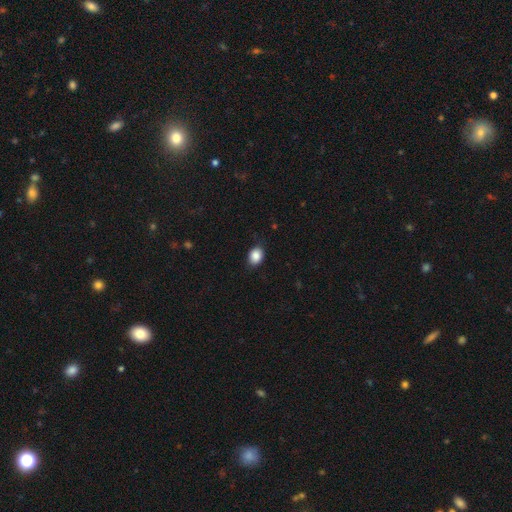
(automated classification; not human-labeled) smooth-or-featured: smooth: 87% | star or artifact: 9% | featured or disk: 4%
  how-rounded: in between: 57% | round: 42% | cigar-shaped: 1%
  merging: none: 83% | minor disturbance: 13% | major disturbance: 3% | merger: 1%